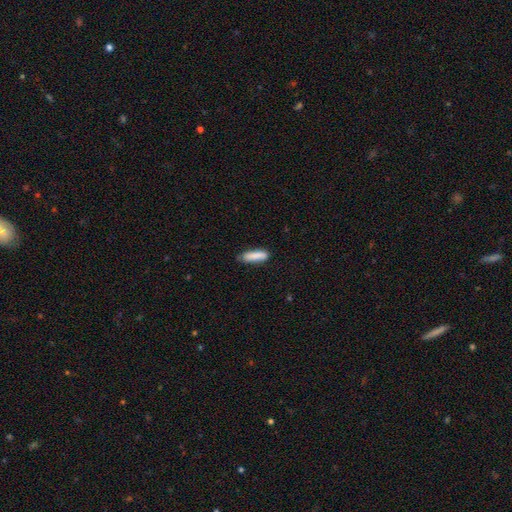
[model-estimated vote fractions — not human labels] This appears to be a smooth galaxy with no disk features (86%) that is cigar-shaped (64%). Merging: none (75%).